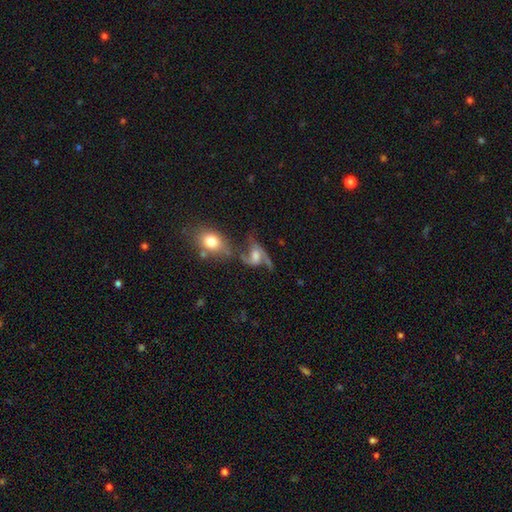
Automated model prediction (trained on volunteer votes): featured or disk 76%, smooth 15%, star or artifact 9%. Down the decision tree: edge-on disk — no (97%); bar — weak (43%, tied with no); spiral arms — yes (91%); spiral arm count — 2 (89%); spiral winding — loose (66%); bulge size — moderate (43%); merging — none (34%).